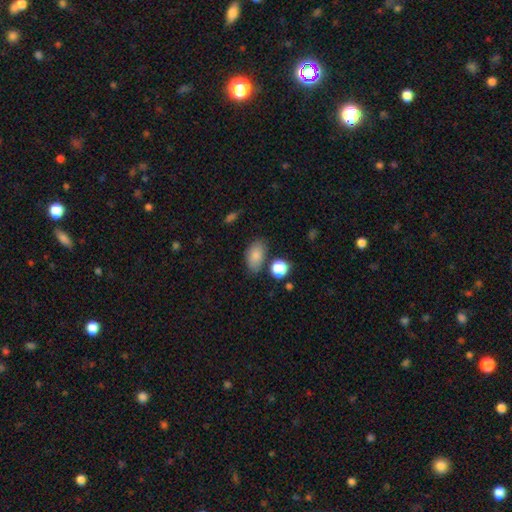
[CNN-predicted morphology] smooth_or_featured: smooth (p=0.84) [alt: star or artifact p=0.09]
how_rounded: in between (p=0.89) [alt: round p=0.09]
merging: none (p=0.73) [alt: minor disturbance p=0.16]